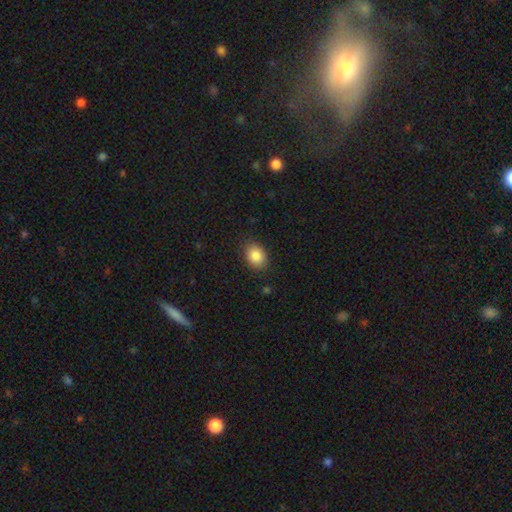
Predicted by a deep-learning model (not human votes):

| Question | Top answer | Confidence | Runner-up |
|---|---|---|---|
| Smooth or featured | smooth | 87% | star or artifact (8%) |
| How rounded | in between | 67% | round (32%) |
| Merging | none | 86% | minor disturbance (11%) |